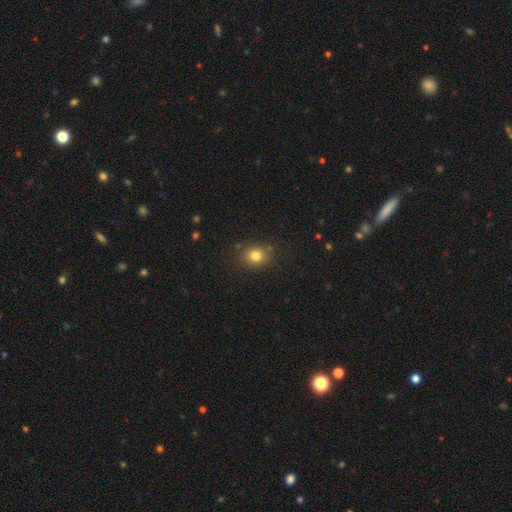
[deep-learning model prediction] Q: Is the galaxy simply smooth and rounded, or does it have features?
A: smooth — 80%.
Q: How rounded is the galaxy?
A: round — 69%.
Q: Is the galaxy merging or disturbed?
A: none — 82%.